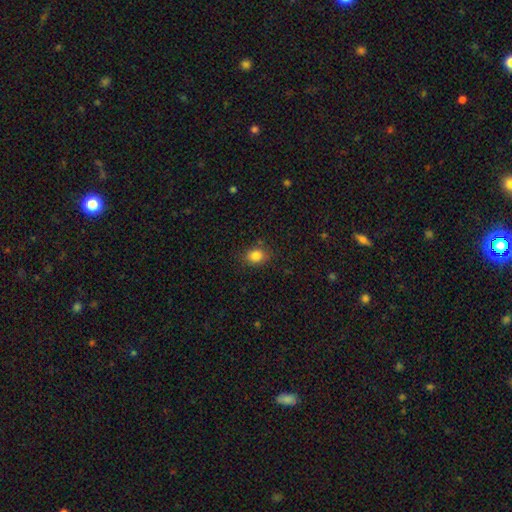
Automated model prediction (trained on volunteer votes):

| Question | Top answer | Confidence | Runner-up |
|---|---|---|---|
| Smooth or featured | smooth | 84% | star or artifact (11%) |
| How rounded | in between | 54% | round (45%) |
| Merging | none | 83% | minor disturbance (12%) |